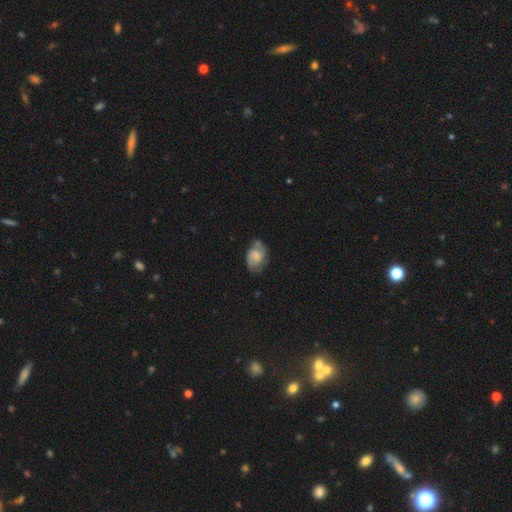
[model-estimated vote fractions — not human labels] Smooth or featured? Predicted: featured or disk (p=0.53). Edge-on disk? Predicted: no (p=0.97). Bar? Predicted: no (p=0.55). Spiral arms? Predicted: yes (p=0.82). Bulge size? Predicted: none (p=0.36). Merging? Predicted: none (p=0.54).